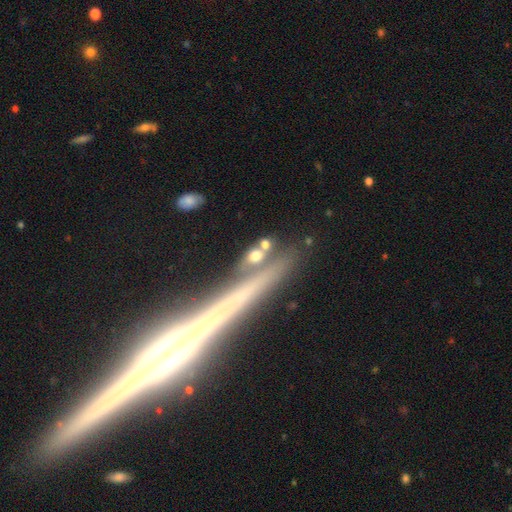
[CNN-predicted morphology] Smooth or featured? Predicted: smooth (p=0.54). How rounded? Predicted: in between (p=0.37). Merging? Predicted: none (p=0.57).